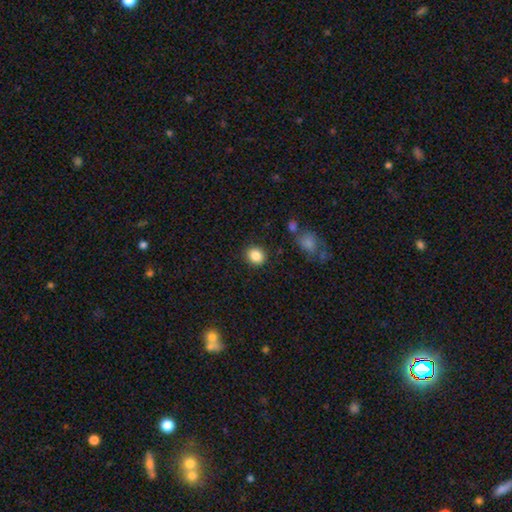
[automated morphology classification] smooth-or-featured: smooth: 86% | star or artifact: 9% | featured or disk: 4%
  how-rounded: round: 78% | in between: 21% | cigar-shaped: 1%
  merging: none: 88% | minor disturbance: 8% | major disturbance: 3% | merger: 2%